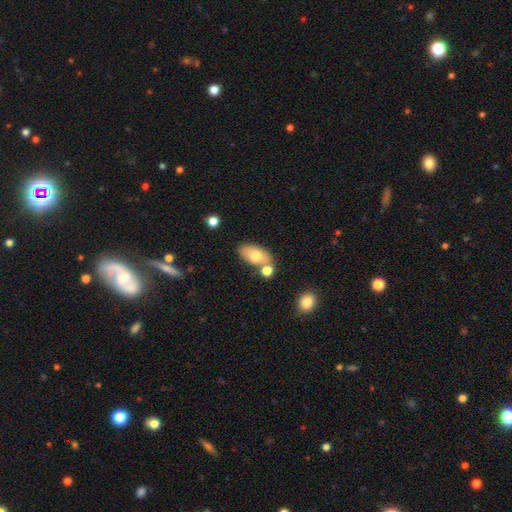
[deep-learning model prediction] A smooth galaxy with no disk features (72%) that is in between round and cigar-shaped (91%).

Vote fractions:
- Smooth or featured? smooth: 72% / featured or disk: 20% / star or artifact: 8%
- How rounded? in between: 91% / round: 6% / cigar-shaped: 3%
- Merging? none: 61% / merger: 19% / minor disturbance: 15% / major disturbance: 4%